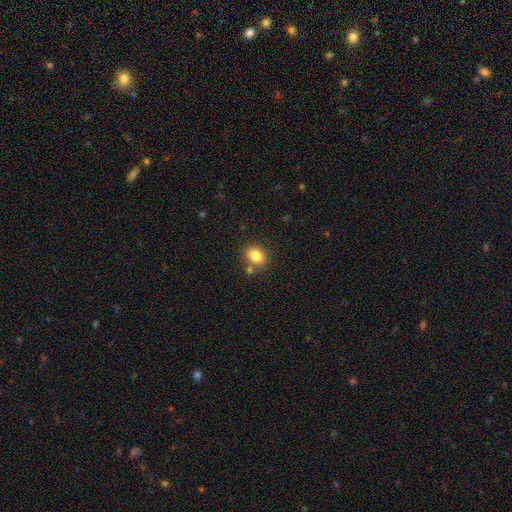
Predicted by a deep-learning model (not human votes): Smooth or featured?
  - smooth: 83% *
  - star or artifact: 10%
  - featured or disk: 7%
How rounded?
  - in between: 57% *
  - round: 42%
  - cigar-shaped: 1%
Merging?
  - none: 71% *
  - merger: 14%
  - minor disturbance: 12%
  - major disturbance: 4%